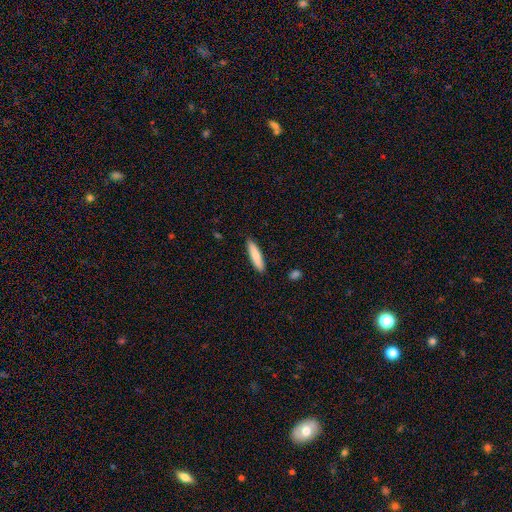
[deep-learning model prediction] This appears to be a smooth galaxy with no disk features (78%) that is cigar-shaped (80%). Merging: none (88%).